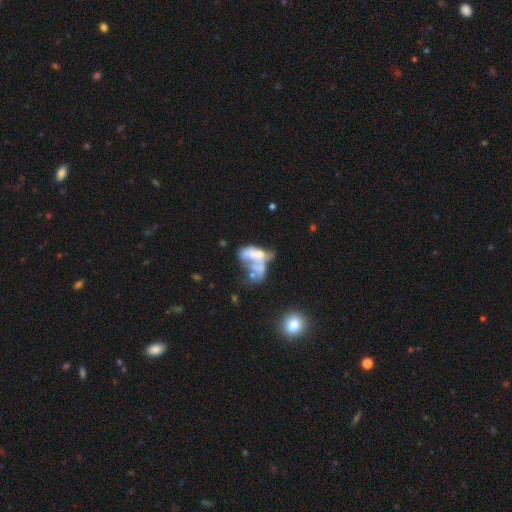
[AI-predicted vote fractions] This appears to be a featured or disk galaxy (56%) with no bar (90%), no spiral arms (93%) and no central bulge (55%). Merging: merger (51%).